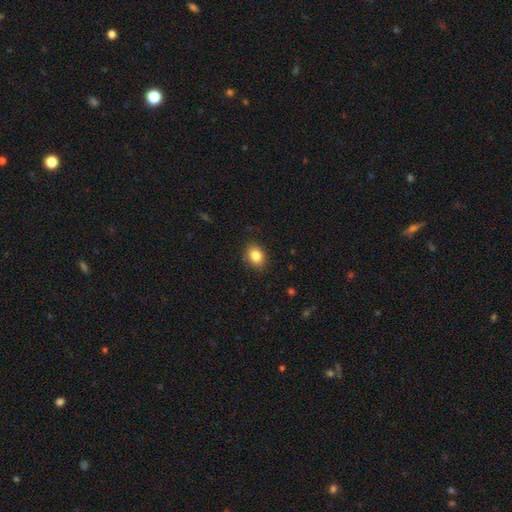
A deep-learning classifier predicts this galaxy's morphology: Smooth or featured? smooth (85%)
How rounded? in between (67%)
Merging? none (86%)